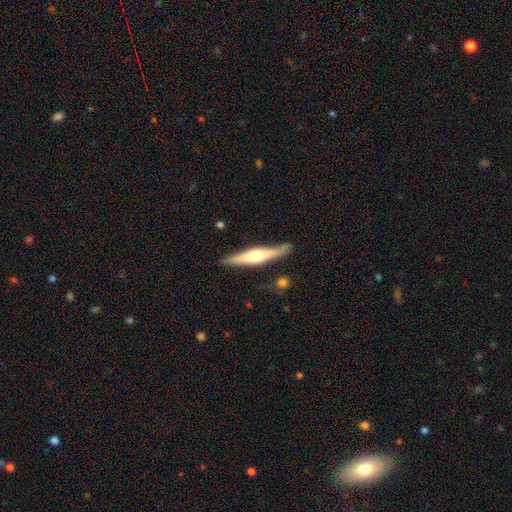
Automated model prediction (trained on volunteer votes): smooth-or-featured: featured or disk: 69% | smooth: 26% | star or artifact: 5%
  disk-edge-on: yes: 97% | no: 3%
    edge-on-bulge: rounded: 86% | boxy: 10% | none: 4%
  merging: none: 82% | minor disturbance: 13% | major disturbance: 3% | merger: 3%